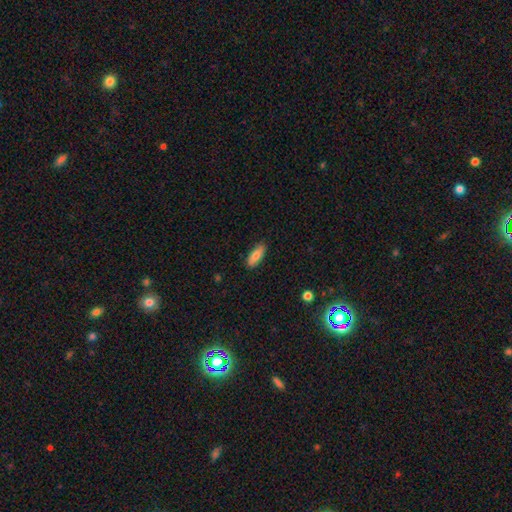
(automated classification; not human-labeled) Morphology: type=smooth (78%); roundness=in between (72%); merging=none (87%).